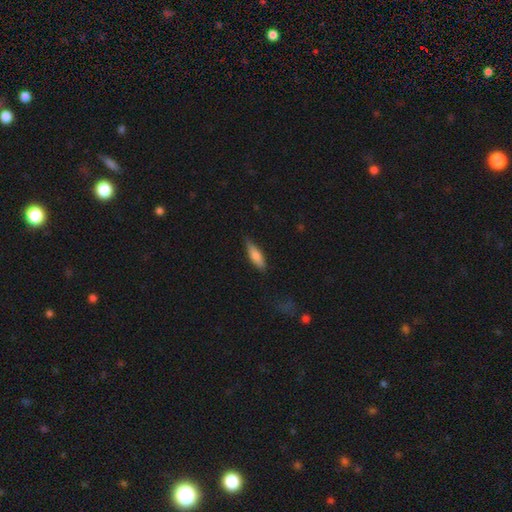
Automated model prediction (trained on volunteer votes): smooth 75%, featured or disk 19%, star or artifact 6%. Down the decision tree: how rounded — cigar-shaped (52%); merging — none (78%).